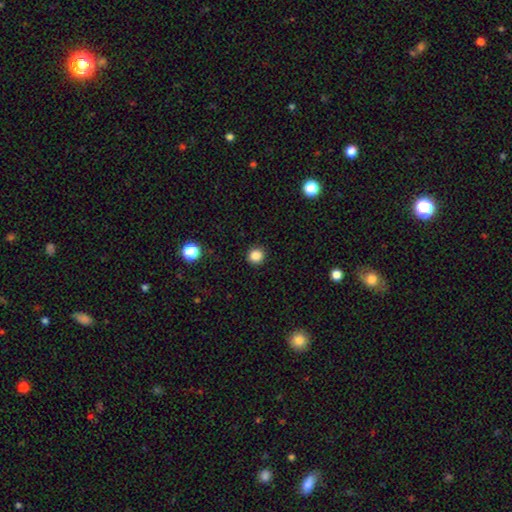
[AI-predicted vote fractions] This is clearly a smooth galaxy (86%). How rounded: clearly round (93%). Merging: clearly none (92%).